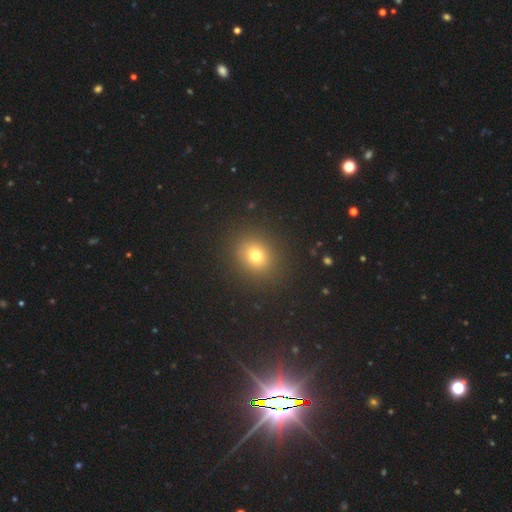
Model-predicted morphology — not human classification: Overall: smooth (74%). How rounded: round (72%). Merging: none (89%).